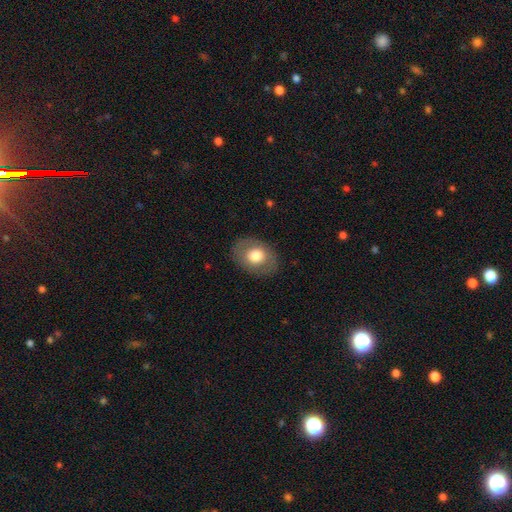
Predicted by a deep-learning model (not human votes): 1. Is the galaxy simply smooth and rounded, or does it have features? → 70% smooth, 24% featured or disk, 7% star or artifact.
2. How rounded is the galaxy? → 66% in between, 33% round, 1% cigar-shaped.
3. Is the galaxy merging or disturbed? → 83% none, 11% minor disturbance, 5% major disturbance, 1% merger.